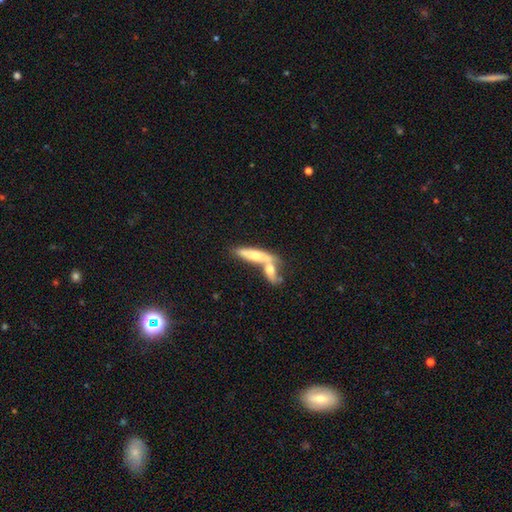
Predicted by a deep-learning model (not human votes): smooth_or_featured: smooth (p=0.58) [alt: featured or disk p=0.36]
how_rounded: cigar-shaped (p=0.63) [alt: in between p=0.34]
merging: merger (p=0.59) [alt: none p=0.29]